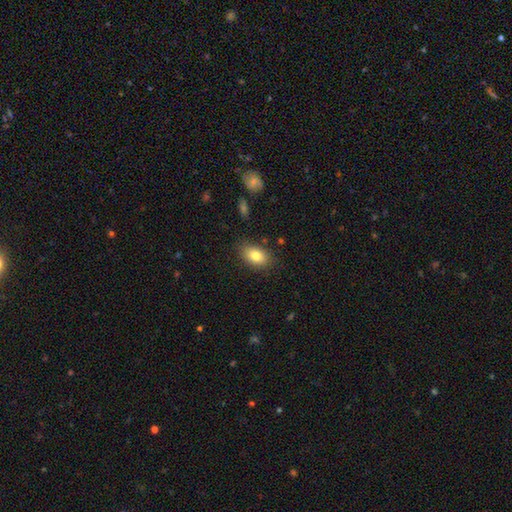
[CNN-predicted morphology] A smooth galaxy with no disk features (81%) that is in between round and cigar-shaped (88%).

Vote fractions:
- Smooth or featured? smooth: 81% / featured or disk: 11% / star or artifact: 8%
- How rounded? in between: 88% / round: 10% / cigar-shaped: 2%
- Merging? none: 82% / minor disturbance: 13% / major disturbance: 3% / merger: 2%